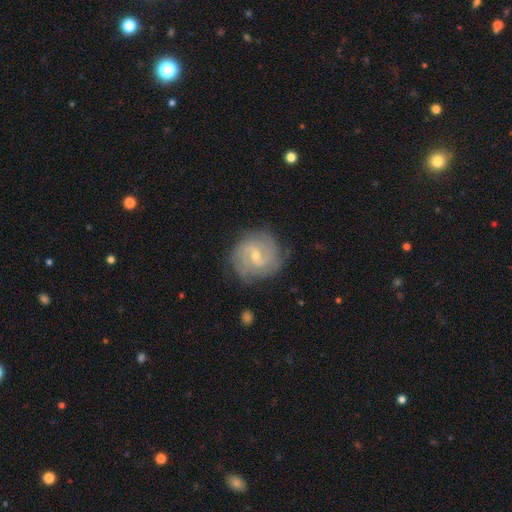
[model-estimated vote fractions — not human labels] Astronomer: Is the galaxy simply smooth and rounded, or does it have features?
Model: featured or disk — 82%.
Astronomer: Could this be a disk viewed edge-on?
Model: no — 97%.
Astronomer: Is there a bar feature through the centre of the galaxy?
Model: weak — 60%.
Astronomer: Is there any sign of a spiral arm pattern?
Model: yes — 95%.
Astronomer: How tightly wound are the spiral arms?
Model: tight — 65%.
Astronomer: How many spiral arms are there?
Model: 2 — 41% (runner-up: can't tell, 26%).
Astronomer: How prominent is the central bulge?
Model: small — 57% (runner-up: moderate, 39%).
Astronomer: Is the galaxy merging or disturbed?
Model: none — 80%.